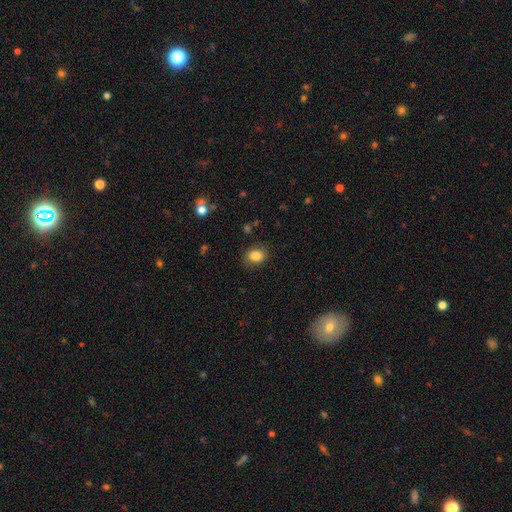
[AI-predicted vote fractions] Morphology: type=smooth (84%); roundness=round (50%); merging=none (84%).